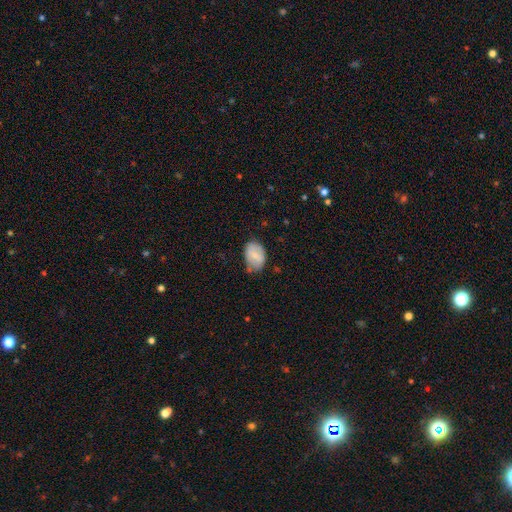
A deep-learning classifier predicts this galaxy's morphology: Smooth or featured? Predicted: smooth (p=0.69). How rounded? Predicted: in between (p=0.81). Merging? Predicted: none (p=0.57).